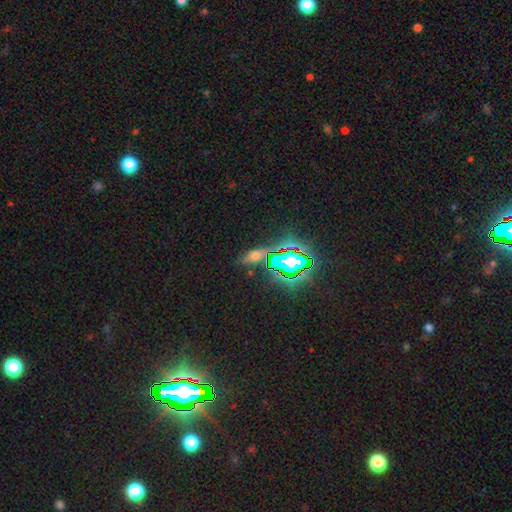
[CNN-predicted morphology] Smooth or featured? smooth (46%)
Merging? none (76%)